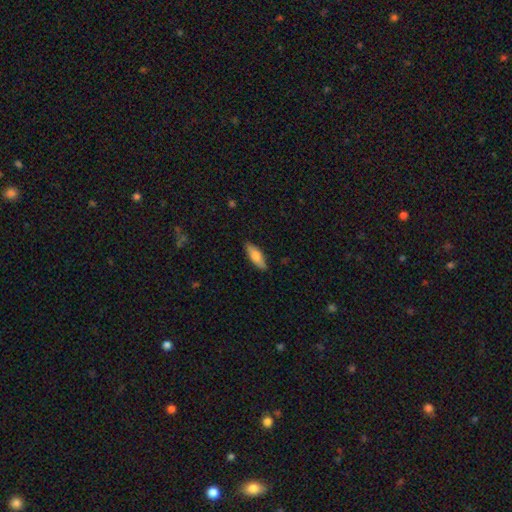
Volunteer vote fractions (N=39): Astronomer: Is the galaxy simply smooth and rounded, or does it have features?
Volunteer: smooth — 69%.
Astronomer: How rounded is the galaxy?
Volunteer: in between — 56% (runner-up: cigar-shaped, 44%).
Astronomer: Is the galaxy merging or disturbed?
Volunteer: none — 71%.